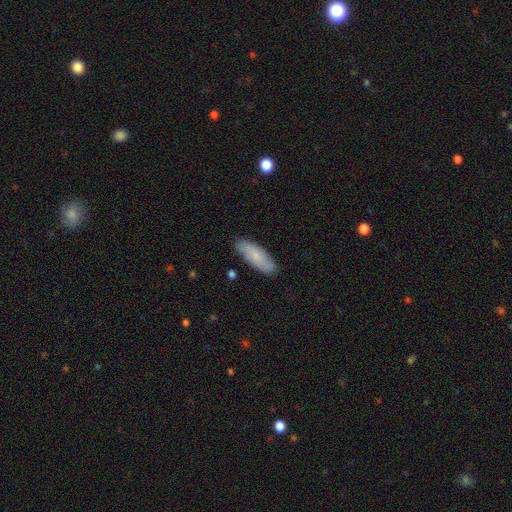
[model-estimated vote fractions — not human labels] smooth_or_featured: smooth (p=0.75) [alt: featured or disk p=0.19]
how_rounded: in between (p=0.63) [alt: cigar-shaped p=0.35]
merging: none (p=0.84) [alt: minor disturbance p=0.12]